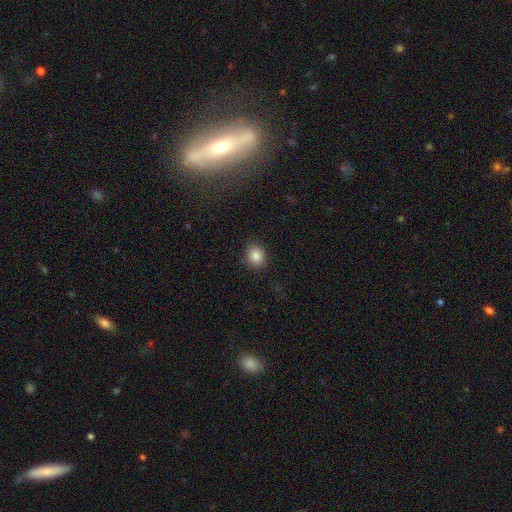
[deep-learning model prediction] A smooth galaxy with no disk features (86%) that is round (71%).

Vote fractions:
- Smooth or featured? smooth: 86% / star or artifact: 10% / featured or disk: 4%
- How rounded? round: 71% / in between: 28% / cigar-shaped: 1%
- Merging? none: 89% / minor disturbance: 8% / major disturbance: 3% / merger: 1%